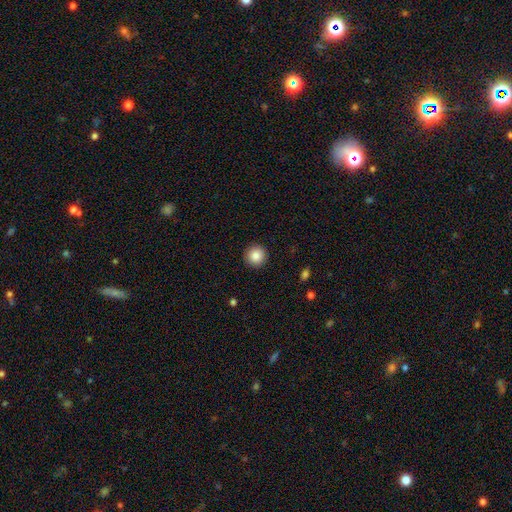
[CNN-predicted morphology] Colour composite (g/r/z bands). It shows a smooth galaxy with no disk features (86%) that is round (96%). Merging: none (93%).